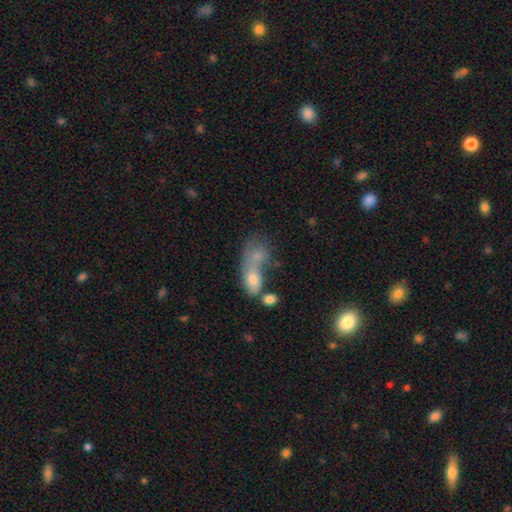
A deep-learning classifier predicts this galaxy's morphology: A smooth galaxy with no disk features (69%) that is in between round and cigar-shaped (73%). Merging: merger (61%).